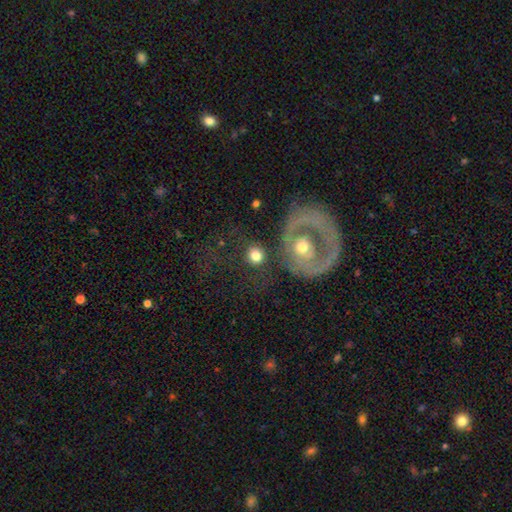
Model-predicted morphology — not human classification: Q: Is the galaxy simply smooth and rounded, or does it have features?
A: smooth — 74%.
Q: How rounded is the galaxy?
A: round — 85%.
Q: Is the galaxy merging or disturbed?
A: none — 72%.